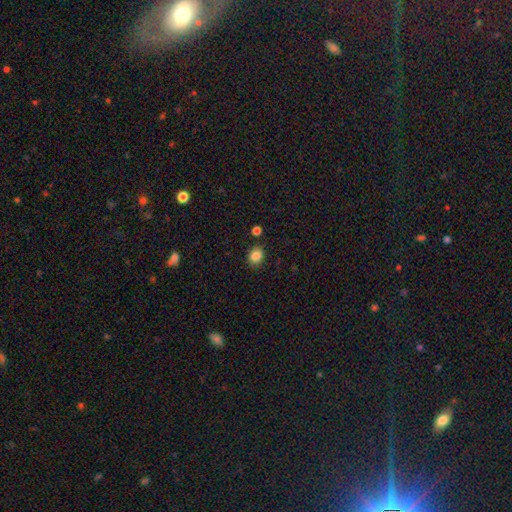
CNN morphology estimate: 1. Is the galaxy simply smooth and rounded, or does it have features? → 86% smooth, 10% star or artifact, 4% featured or disk.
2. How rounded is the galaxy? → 56% round, 43% in between, 1% cigar-shaped.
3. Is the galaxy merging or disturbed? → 82% none, 11% minor disturbance, 4% merger, 3% major disturbance.